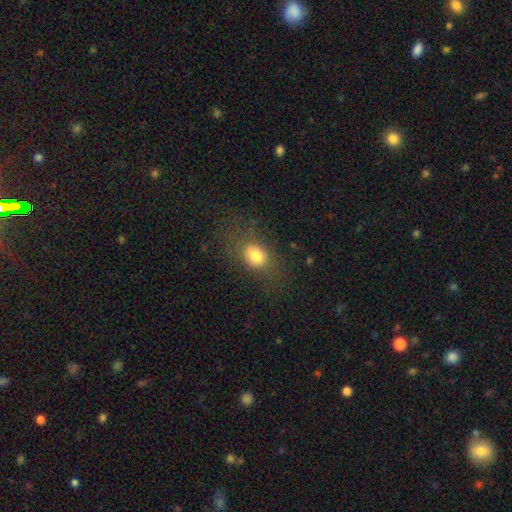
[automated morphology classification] type=smooth (77%); roundness=in between (61%); merging=none (70%).